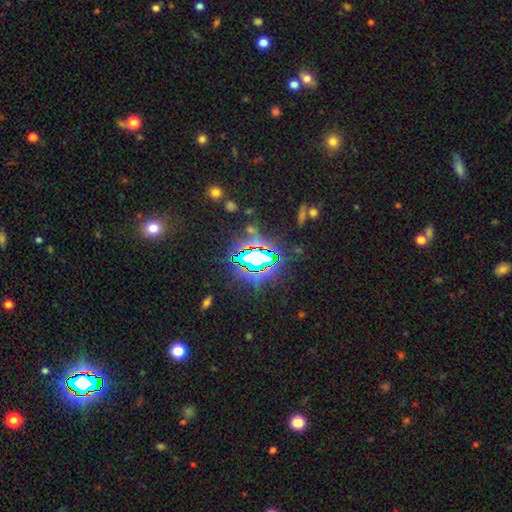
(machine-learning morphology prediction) star or artifact 74%, smooth 15%, featured or disk 11%.